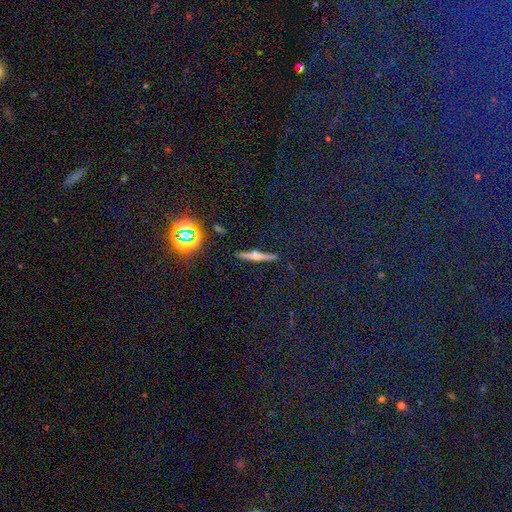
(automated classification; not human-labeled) smooth_or_featured: featured or disk (p=0.50) [alt: smooth p=0.31]
disk_edge_on: yes (p=0.94) [alt: no p=0.06]
merging: none (p=0.87) [alt: minor disturbance p=0.08]